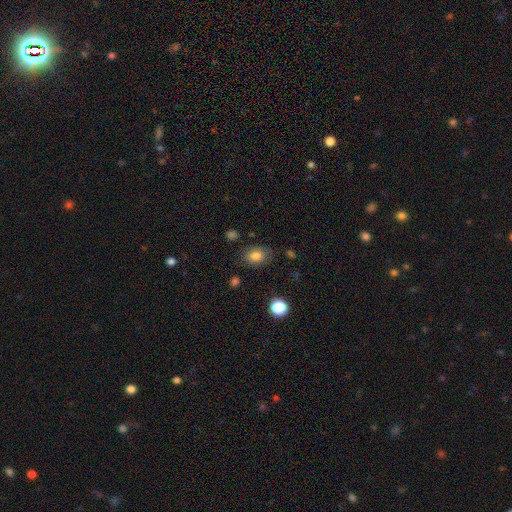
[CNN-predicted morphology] Overall: smooth (82%). How rounded: in between (71%). Merging: none (79%).